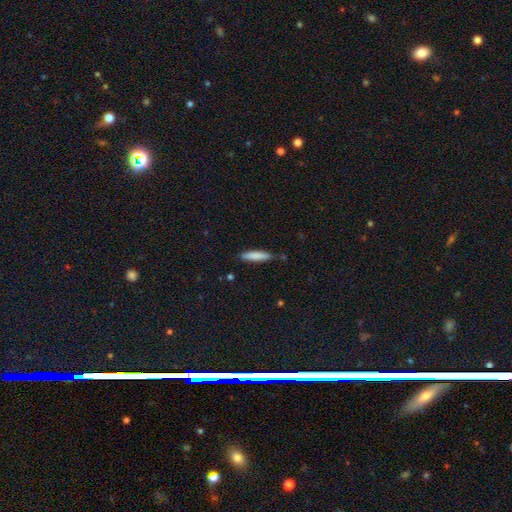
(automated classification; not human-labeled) This appears to be a smooth galaxy with no disk features (81%) that is cigar-shaped (83%). Merging: none (82%).